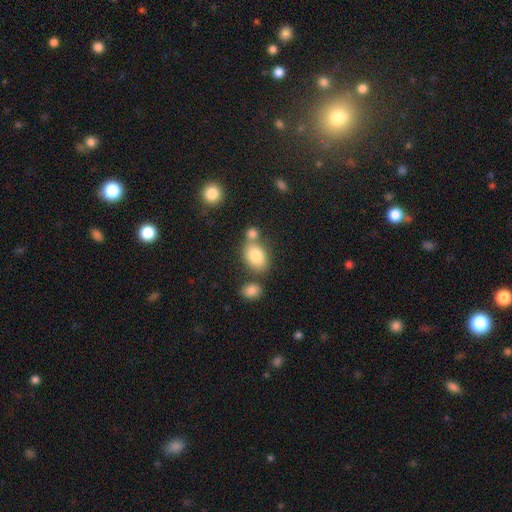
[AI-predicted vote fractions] Overall: smooth (80%). How rounded: in between (78%). Merging: none (55%; merger 27%).